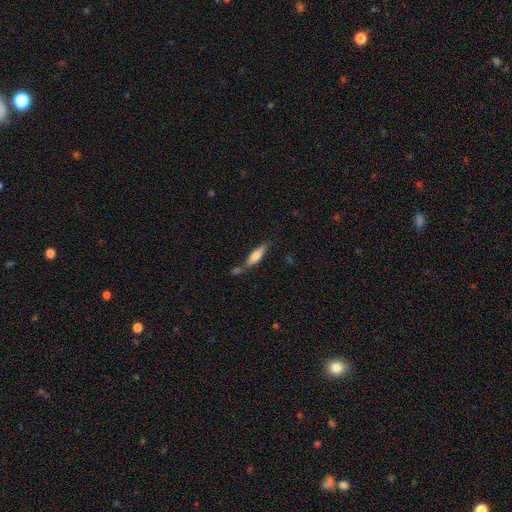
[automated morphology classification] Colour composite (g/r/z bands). It shows a smooth galaxy with no disk features (67%) that is cigar-shaped (60%). Merging: none (51%).